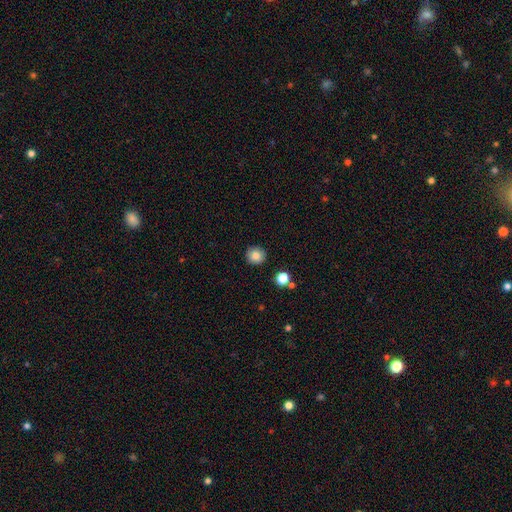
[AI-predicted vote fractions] Smooth or featured: smooth — 85% (star or artifact — 10%)
How rounded: round — 93% (in between — 6%)
Merging: none — 91% (minor disturbance — 5%)